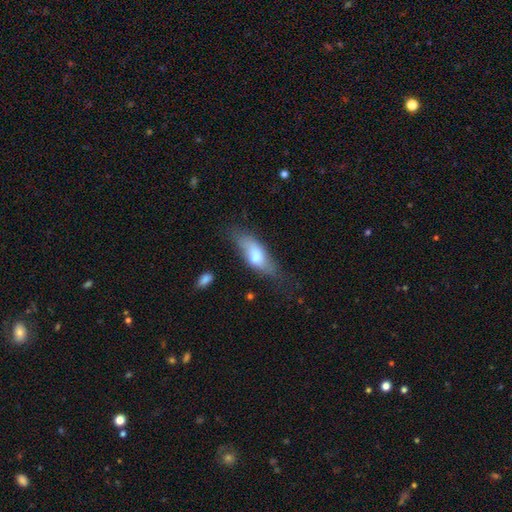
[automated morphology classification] This is likely a smooth galaxy (67%). How rounded: likely in between (71%). Merging: possibly none (50%).